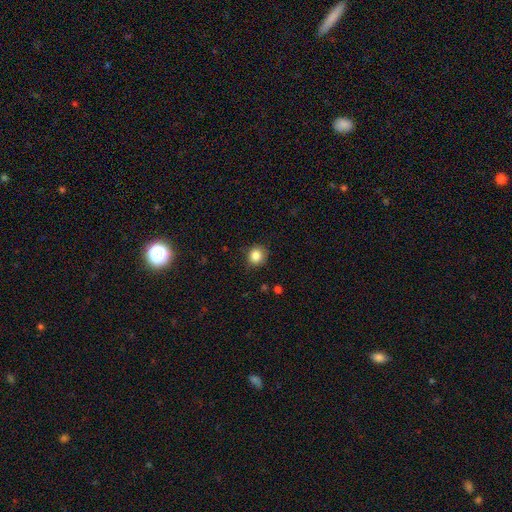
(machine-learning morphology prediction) Smooth or featured?
  - smooth: 85% *
  - star or artifact: 10%
  - featured or disk: 5%
How rounded?
  - round: 86% *
  - in between: 13%
  - cigar-shaped: 1%
Merging?
  - none: 83% *
  - minor disturbance: 13%
  - major disturbance: 3%
  - merger: 1%